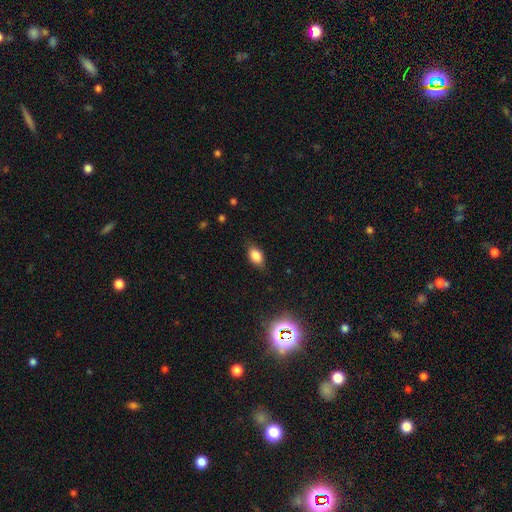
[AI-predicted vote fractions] Smooth or featured: smooth — 81% (star or artifact — 10%)
How rounded: in between — 85% (round — 12%)
Merging: none — 79% (minor disturbance — 16%)